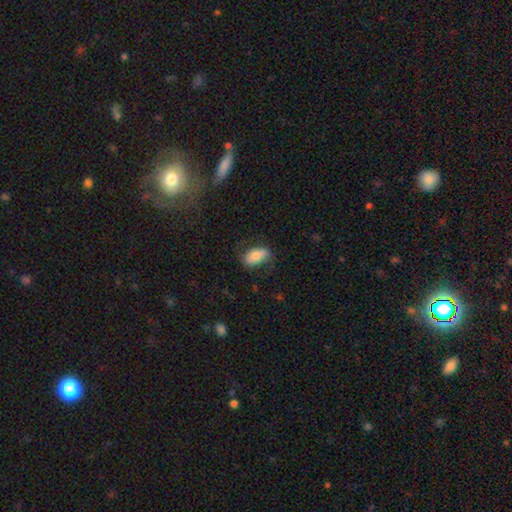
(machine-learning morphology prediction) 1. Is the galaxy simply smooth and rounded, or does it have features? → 71% smooth, 22% featured or disk, 7% star or artifact.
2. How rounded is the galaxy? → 92% in between, 5% round, 3% cigar-shaped.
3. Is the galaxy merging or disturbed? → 65% none, 23% minor disturbance, 10% major disturbance, 2% merger.